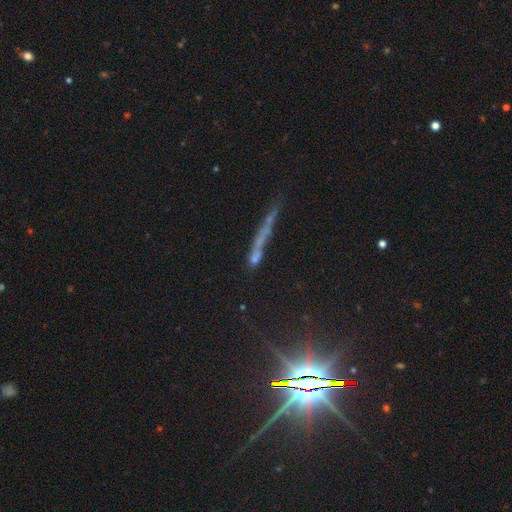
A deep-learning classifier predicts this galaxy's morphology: Smooth or featured? Predicted: smooth (p=0.34, tied with featured or disk). Merging? Predicted: none (p=0.51).